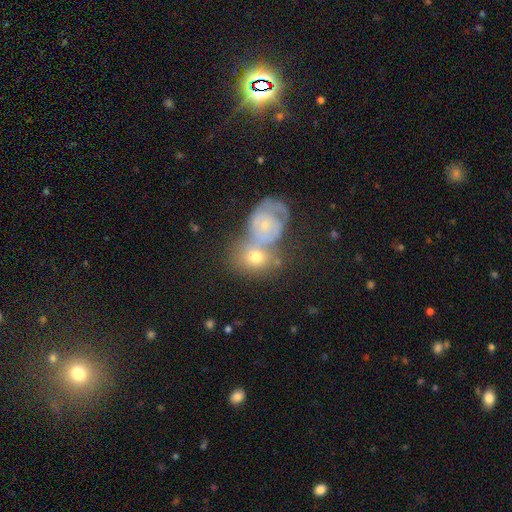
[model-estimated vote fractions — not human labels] featured or disk 46%, smooth 41%, star or artifact 13%. Down the decision tree: merging — merger (53%).